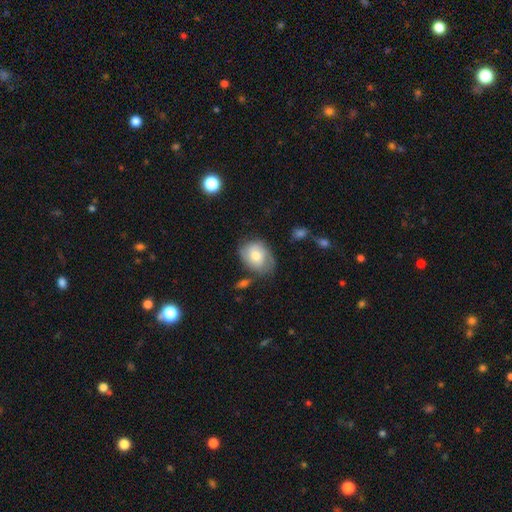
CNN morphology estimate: type=smooth (58%); roundness=in between (55%); merging=none (59%).